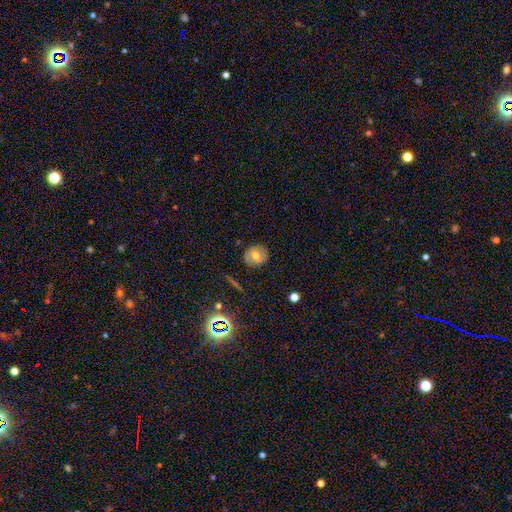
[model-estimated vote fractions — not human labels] Overall: smooth (54%; featured or disk 33%). How rounded: round (82%). Merging: none (83%).